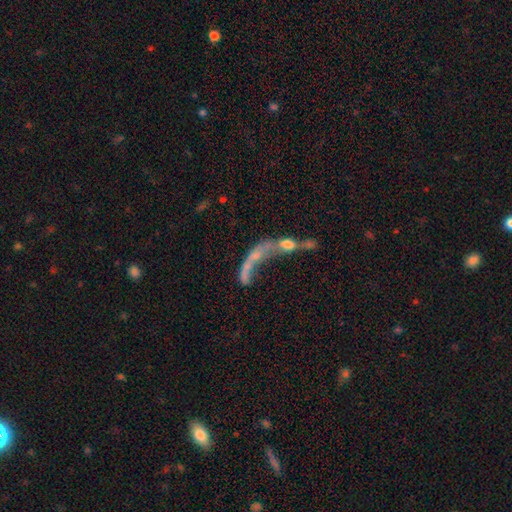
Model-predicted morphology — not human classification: This is possibly a featured or disk galaxy (54%). It is clearly not viewed edge-on (82%). Merging: likely merger (64%).